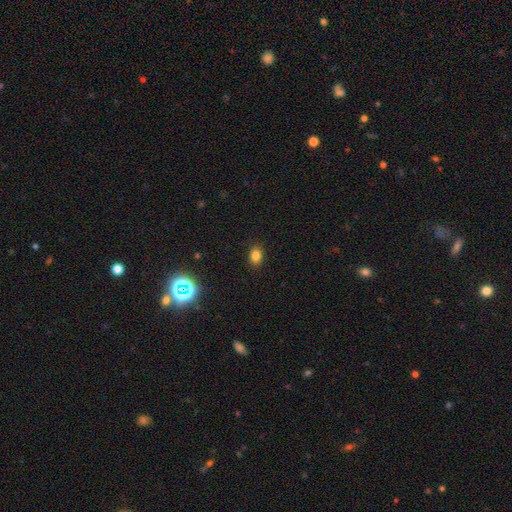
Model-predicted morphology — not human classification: type=smooth (81%); roundness=in between (66%); merging=none (88%).